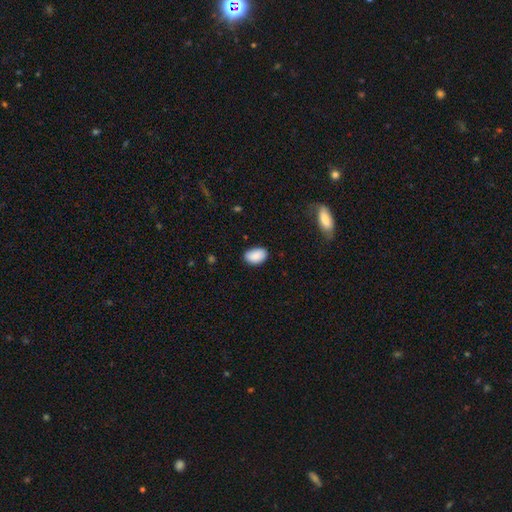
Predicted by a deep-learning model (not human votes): Overall: smooth (89%). How rounded: in between (89%). Merging: none (83%).